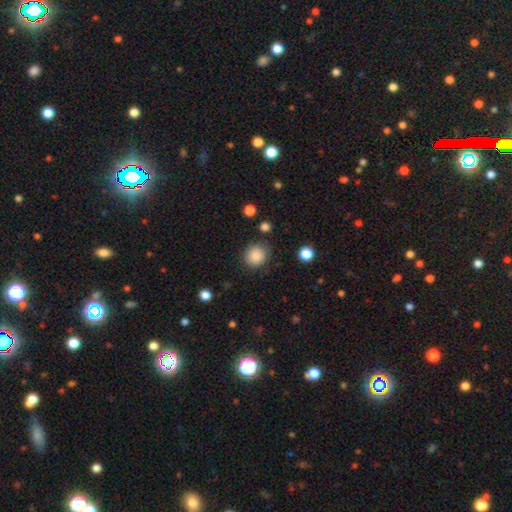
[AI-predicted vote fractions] The model was most divided on "merging": none: 83%, minor disturbance: 11%, major disturbance: 4%, merger: 2%. More confident: how rounded — round (88%); smooth or featured — smooth (86%).